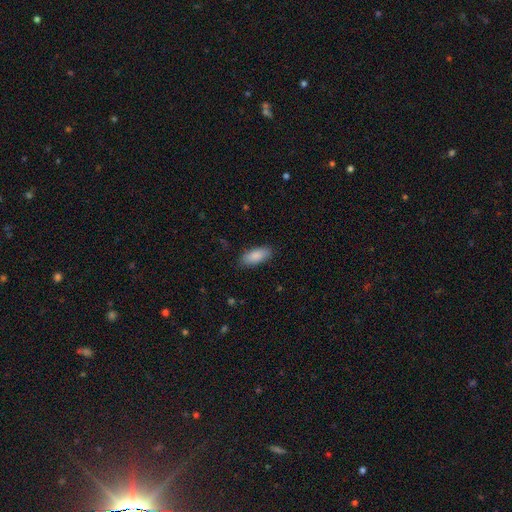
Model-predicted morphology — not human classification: Q: Smooth or featured?
A: smooth (87%); runner-up: featured or disk (7%)
Q: How rounded?
A: in between (81%); runner-up: cigar-shaped (17%)
Q: Merging?
A: none (86%); runner-up: minor disturbance (10%)